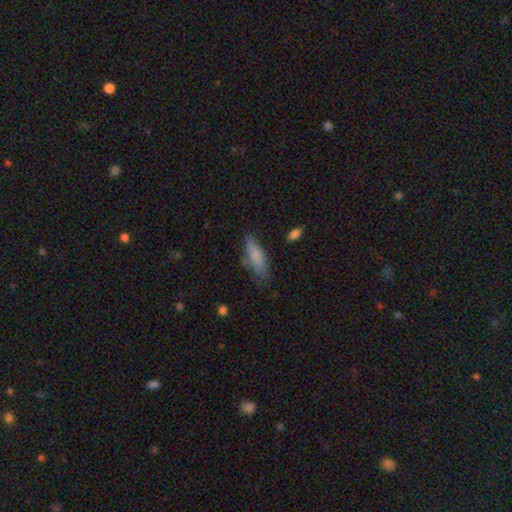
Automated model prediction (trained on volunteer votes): Q: Smooth or featured?
A: smooth (79%); runner-up: featured or disk (13%)
Q: How rounded?
A: in between (61%); runner-up: cigar-shaped (37%)
Q: Merging?
A: none (62%); runner-up: minor disturbance (27%)